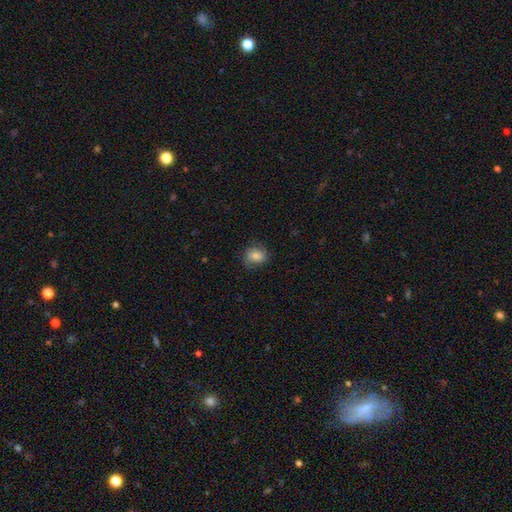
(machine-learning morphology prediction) smooth 59%, featured or disk 31%, star or artifact 10%. Down the decision tree: how rounded — round (61%); merging — none (72%).